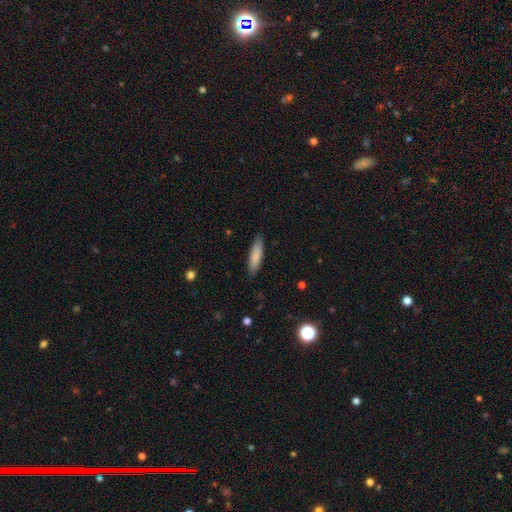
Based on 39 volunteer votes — A smooth galaxy with no disk features (90%) that is cigar-shaped (80%).

Vote fractions:
- Smooth or featured? smooth: 90% / featured or disk: 8% / star or artifact: 3%
- How rounded? cigar-shaped: 80% / in between: 17% / round: 3%
- Merging? none: 84% / minor disturbance: 13% / major disturbance: 3% / merger: 0%